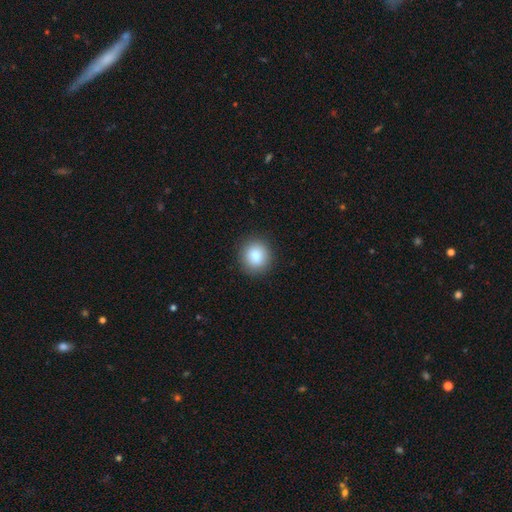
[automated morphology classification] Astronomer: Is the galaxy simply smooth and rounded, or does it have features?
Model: smooth — 86%.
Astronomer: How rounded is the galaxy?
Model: round — 86%.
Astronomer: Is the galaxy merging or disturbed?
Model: none — 90%.